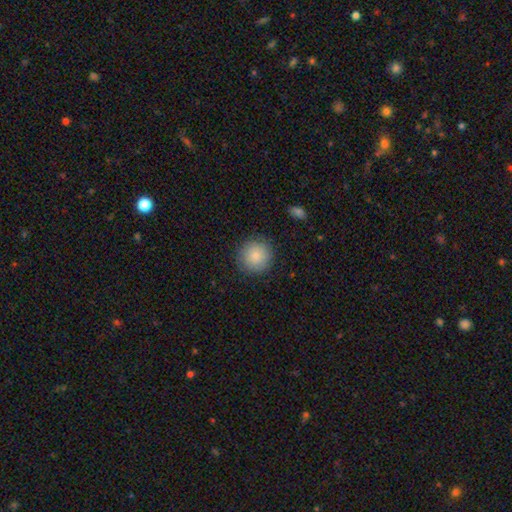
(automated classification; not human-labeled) Smooth or featured? smooth (85%)
How rounded? round (94%)
Merging? none (88%)